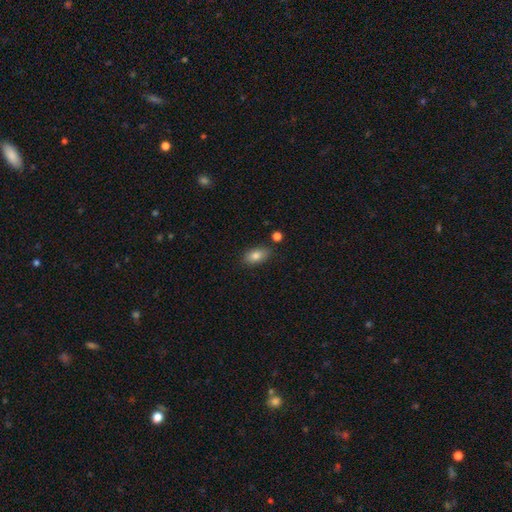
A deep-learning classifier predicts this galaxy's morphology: A smooth galaxy with no disk features (82%) that is in between round and cigar-shaped (89%).

Vote fractions:
- Smooth or featured? smooth: 82% / featured or disk: 10% / star or artifact: 8%
- How rounded? in between: 89% / round: 6% / cigar-shaped: 5%
- Merging? none: 83% / minor disturbance: 11% / merger: 4% / major disturbance: 2%